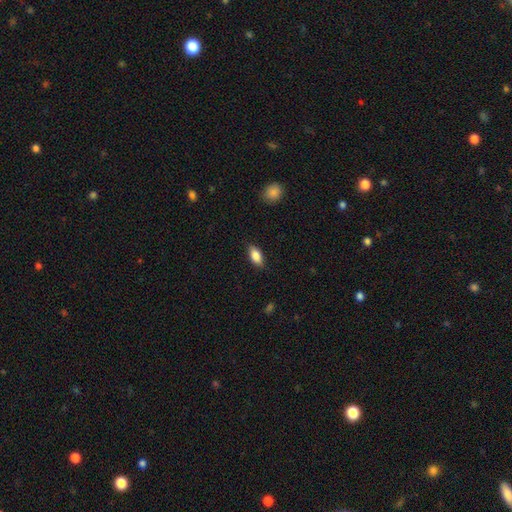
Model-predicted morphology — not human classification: Smooth or featured? smooth (84%)
How rounded? in between (88%)
Merging? none (85%)